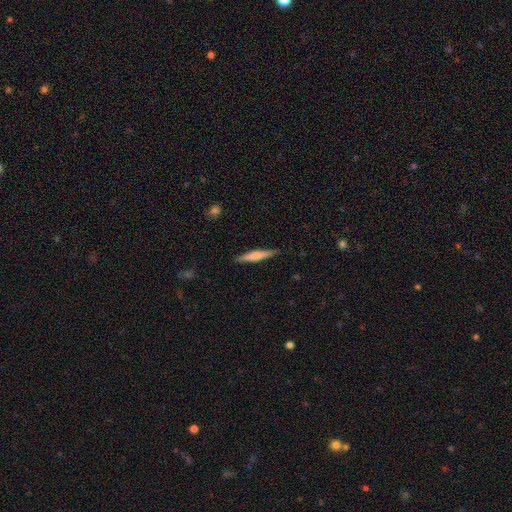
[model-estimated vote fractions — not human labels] Overall: smooth (60%; featured or disk 34%). How rounded: cigar-shaped (91%). Merging: none (88%).